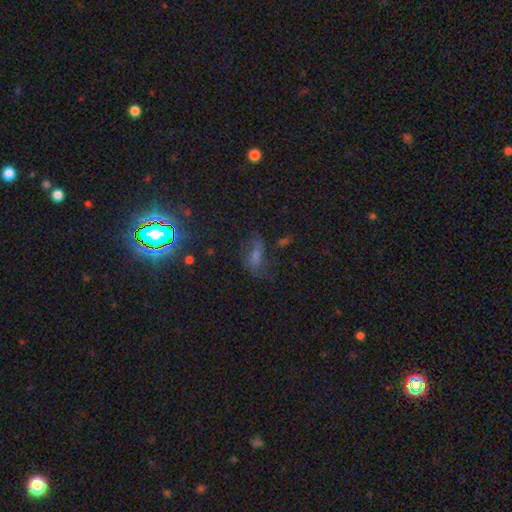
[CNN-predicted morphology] type=star or artifact (37%).